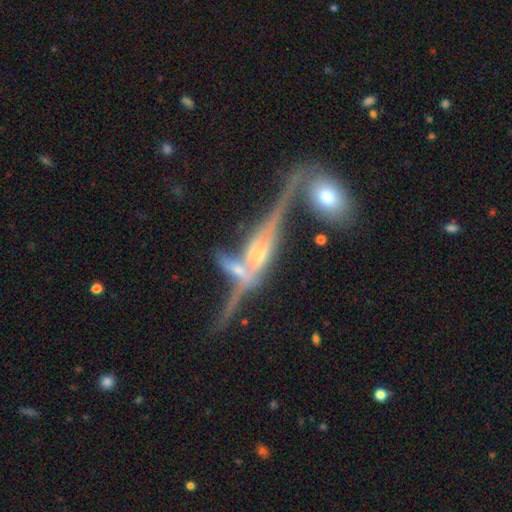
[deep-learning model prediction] smooth_or_featured: featured or disk (p=0.78) [alt: smooth p=0.12]
disk_edge_on: yes (p=0.80) [alt: no p=0.20]
edge_on_bulge: rounded (p=0.61) [alt: none p=0.20]
merging: none (p=0.36) [alt: merger p=0.35]